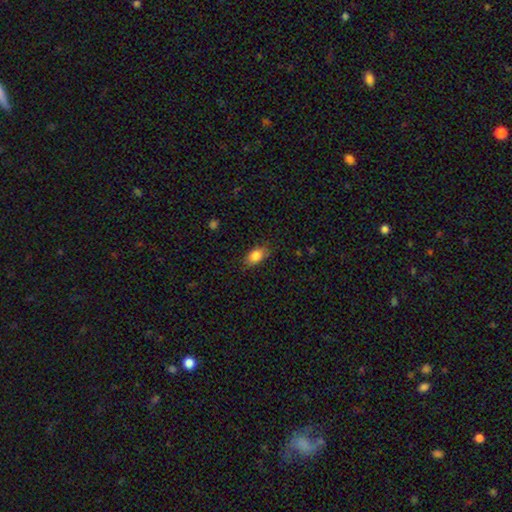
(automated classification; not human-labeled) smooth-or-featured: smooth: 86% | star or artifact: 8% | featured or disk: 6%
  how-rounded: in between: 87% | round: 9% | cigar-shaped: 3%
  merging: none: 79% | minor disturbance: 16% | major disturbance: 4% | merger: 1%